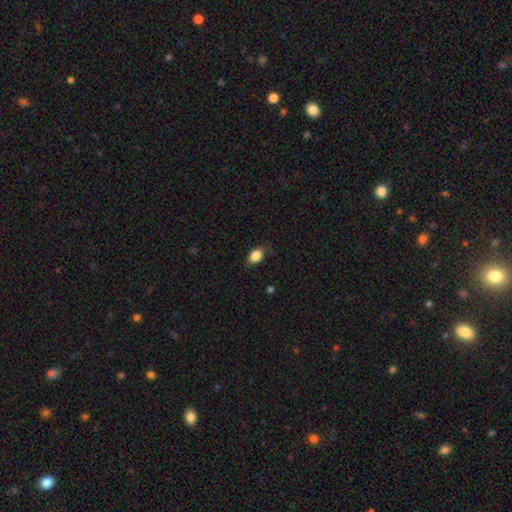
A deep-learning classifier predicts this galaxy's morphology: A smooth galaxy with no disk features (86%) that is in between round and cigar-shaped (79%).

Vote fractions:
- Smooth or featured? smooth: 86% / star or artifact: 9% / featured or disk: 5%
- How rounded? in between: 79% / round: 19% / cigar-shaped: 2%
- Merging? none: 79% / minor disturbance: 16% / major disturbance: 3% / merger: 1%